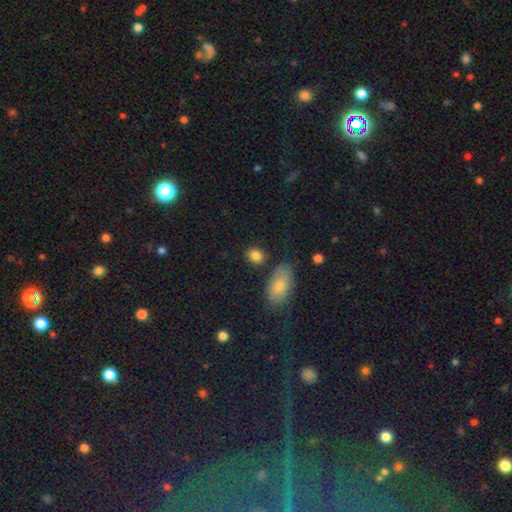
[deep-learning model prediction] Smooth or featured?
  - smooth: 86% *
  - star or artifact: 9%
  - featured or disk: 5%
How rounded?
  - round: 53% *
  - in between: 45%
  - cigar-shaped: 2%
Merging?
  - none: 78% *
  - minor disturbance: 12%
  - merger: 6%
  - major disturbance: 4%